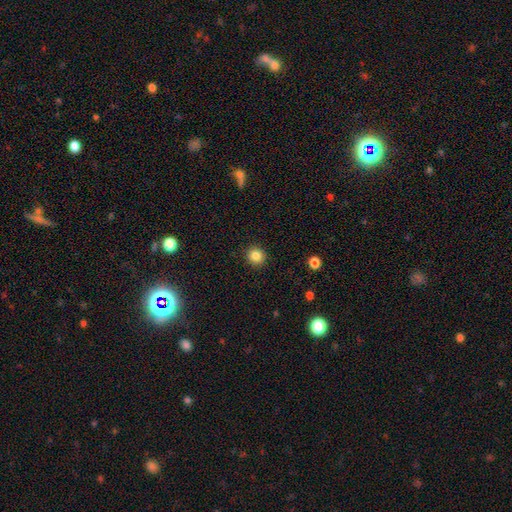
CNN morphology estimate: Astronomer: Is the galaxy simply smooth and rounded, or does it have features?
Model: smooth — 85%.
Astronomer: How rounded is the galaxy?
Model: round — 91%.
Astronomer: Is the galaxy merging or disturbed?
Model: none — 92%.